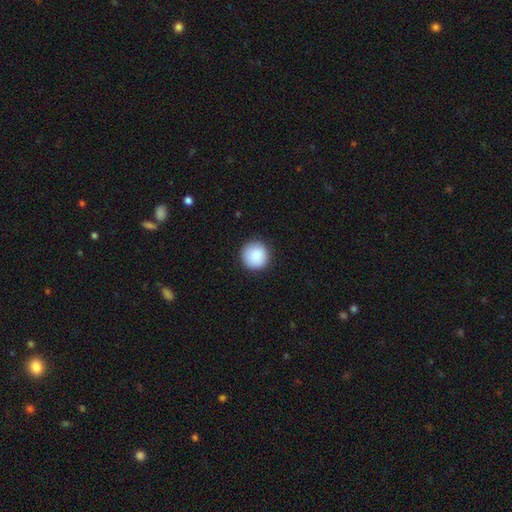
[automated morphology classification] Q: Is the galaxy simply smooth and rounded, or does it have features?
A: smooth — 90%.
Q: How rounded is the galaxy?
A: round — 96%.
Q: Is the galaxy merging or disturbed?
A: none — 91%.